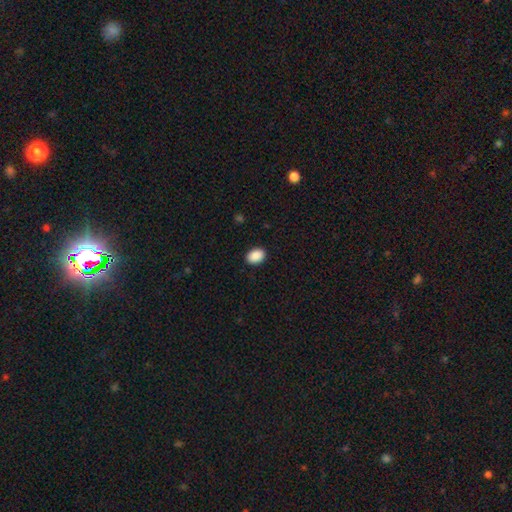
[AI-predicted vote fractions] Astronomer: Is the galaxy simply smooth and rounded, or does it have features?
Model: smooth — 90%.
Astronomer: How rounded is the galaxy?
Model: in between — 79%.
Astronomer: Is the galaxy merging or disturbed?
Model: none — 90%.